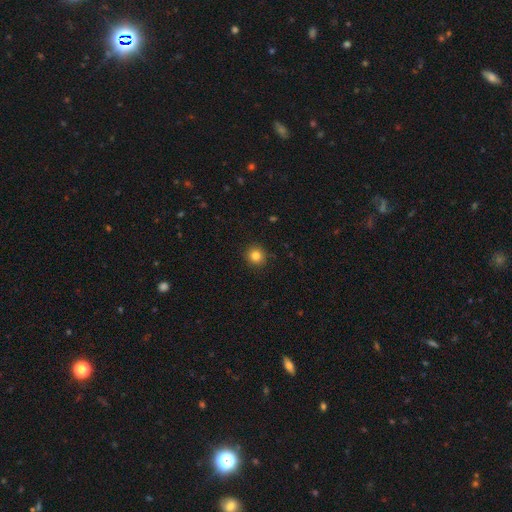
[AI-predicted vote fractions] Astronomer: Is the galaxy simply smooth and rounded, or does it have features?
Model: smooth — 83%.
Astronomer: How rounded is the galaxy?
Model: round — 93%.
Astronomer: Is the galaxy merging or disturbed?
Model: none — 92%.